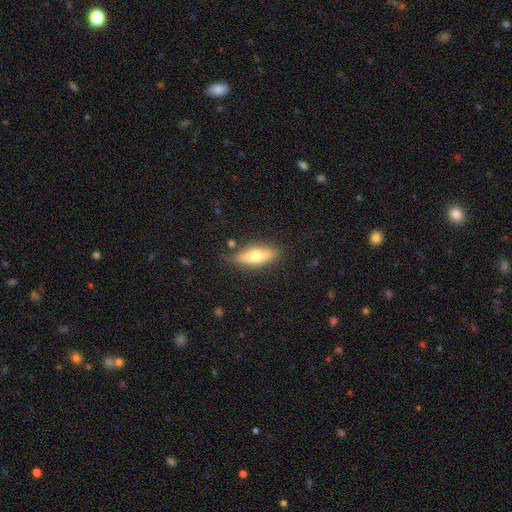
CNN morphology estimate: Smooth or featured?
  - smooth: 51% *
  - featured or disk: 43%
  - star or artifact: 6%
How rounded?
  - in between: 50% *
  - cigar-shaped: 47%
  - round: 3%
Merging?
  - none: 83% *
  - minor disturbance: 12%
  - major disturbance: 3%
  - merger: 2%